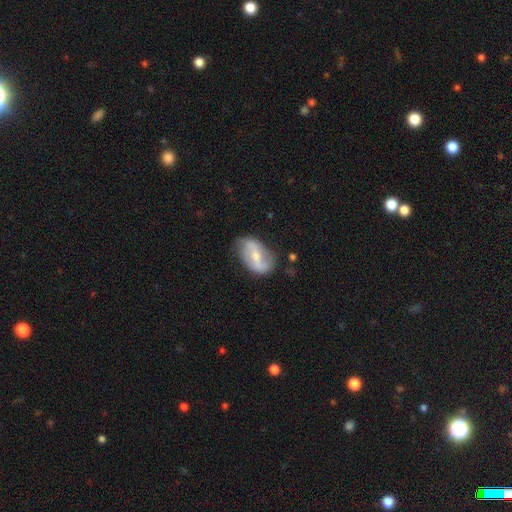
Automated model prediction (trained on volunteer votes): The model was most divided on "bar": weak: 41%, strong: 36%, no: 23%. More confident: edge-on disk — no (95%); spiral arms — yes (79%); merging — none (66%); smooth or featured — featured or disk (66%); bulge size — small (51%).